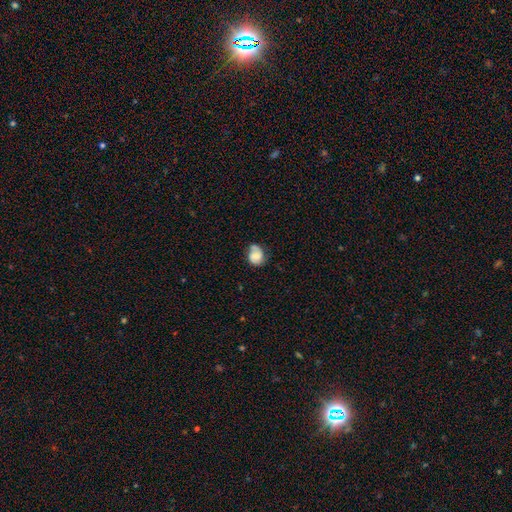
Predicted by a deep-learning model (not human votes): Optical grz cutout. It shows a smooth galaxy with no disk features (56%) that is round (59%). Merging: none (49%).